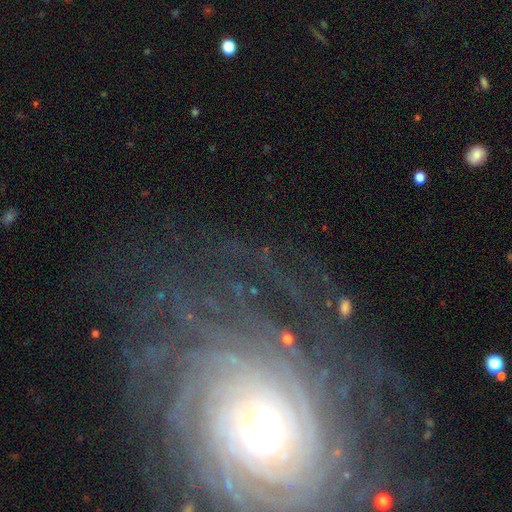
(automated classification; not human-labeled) Smooth or featured?
  - featured or disk: 84% *
  - star or artifact: 10%
  - smooth: 6%
Edge-on disk?
  - no: 96% *
  - yes: 4%
Bar?
  - no: 73% *
  - weak: 17%
  - strong: 9%
Spiral arms?
  - yes: 97% *
  - no: 3%
Spiral winding?
  - tight: 82% *
  - medium: 14%
  - loose: 4%
Spiral arm count?
  - more than 4: 42% *
  - can't tell: 22%
  - 4: 12%
  - 3: 8%
  - 2: 8%
  - 1: 7%
Bulge size?
  - small: 47% *
  - moderate: 42%
  - large: 8%
  - dominant: 2%
  - none: 1%
Merging?
  - none: 77% *
  - minor disturbance: 12%
  - major disturbance: 10%
  - merger: 2%